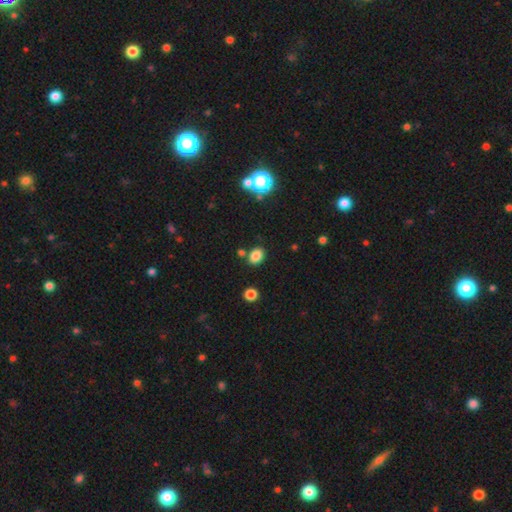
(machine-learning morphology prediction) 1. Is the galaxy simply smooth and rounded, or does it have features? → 82% smooth, 13% star or artifact, 5% featured or disk.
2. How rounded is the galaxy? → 65% in between, 34% round, 1% cigar-shaped.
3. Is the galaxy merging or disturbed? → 77% none, 11% minor disturbance, 9% merger, 3% major disturbance.